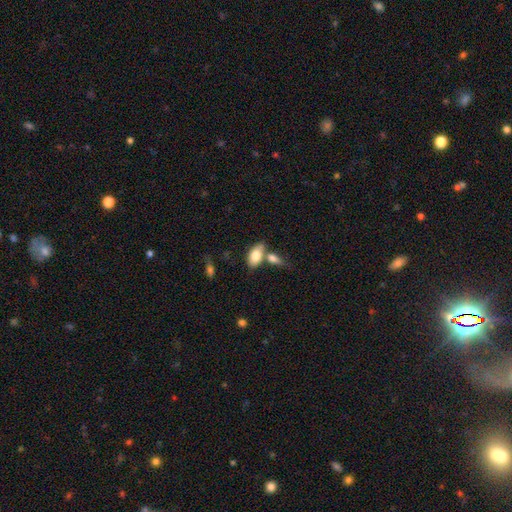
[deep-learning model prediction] This is likely a smooth galaxy (79%). How rounded: clearly in between (92%). Merging: possibly none (46%).